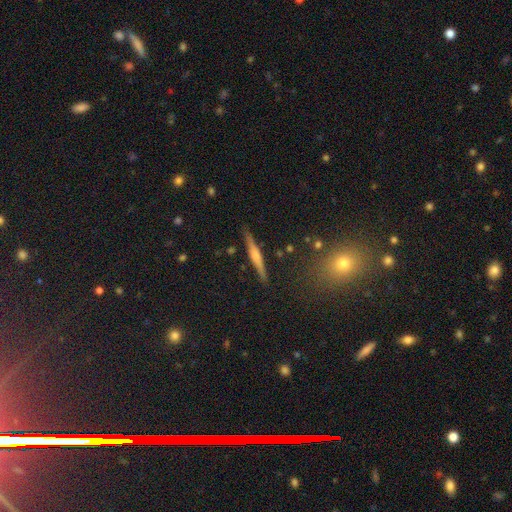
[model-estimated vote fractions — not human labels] featured or disk 59%, smooth 33%, star or artifact 8%. Down the decision tree: edge-on disk — yes (97%); edge-on bulge — rounded (61%); merging — none (88%).